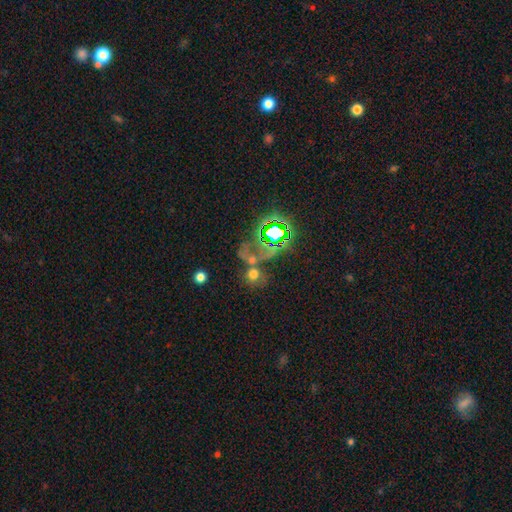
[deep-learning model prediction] This is possibly a star or artifact rather than a galaxy (55%).